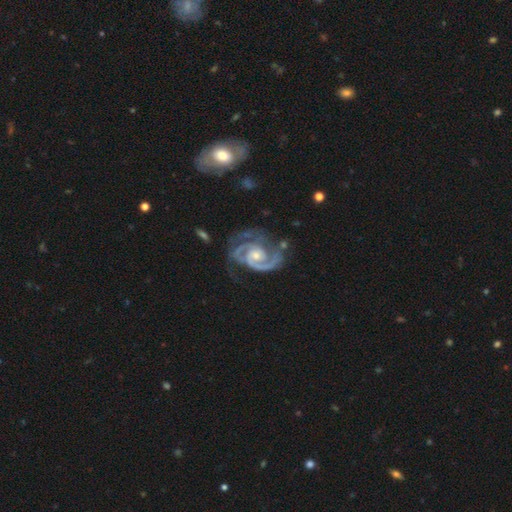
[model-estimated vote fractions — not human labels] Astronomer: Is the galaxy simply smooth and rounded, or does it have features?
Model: featured or disk — 93%.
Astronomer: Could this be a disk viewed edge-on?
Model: no — 98%.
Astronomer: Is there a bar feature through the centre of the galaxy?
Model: no — 62%.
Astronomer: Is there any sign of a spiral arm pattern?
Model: yes — 99%.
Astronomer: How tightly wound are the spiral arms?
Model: tight — 54% (runner-up: medium, 40%).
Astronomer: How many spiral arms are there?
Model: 2 — 71%.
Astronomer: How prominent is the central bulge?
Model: moderate — 50% (runner-up: small, 43%).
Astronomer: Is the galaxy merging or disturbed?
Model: none — 62%.